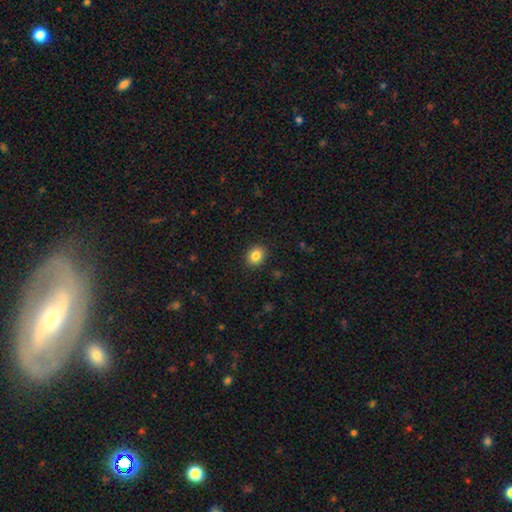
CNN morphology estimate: smooth-or-featured: smooth: 84% | star or artifact: 10% | featured or disk: 6%
  how-rounded: round: 60% | in between: 39% | cigar-shaped: 1%
  merging: none: 90% | minor disturbance: 7% | major disturbance: 2% | merger: 1%